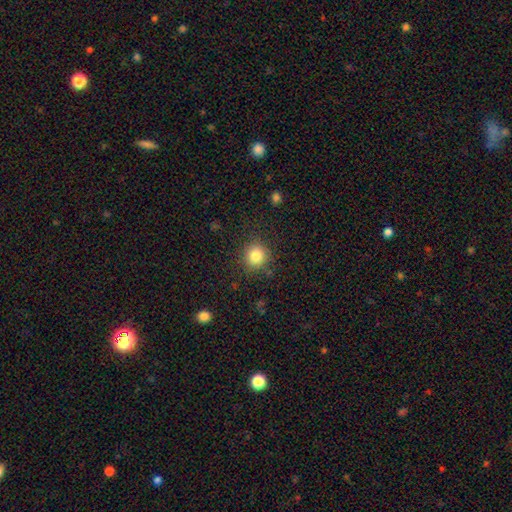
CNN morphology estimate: Smooth or featured?
  - smooth: 83% *
  - star or artifact: 11%
  - featured or disk: 6%
How rounded?
  - round: 91% *
  - in between: 9%
  - cigar-shaped: 1%
Merging?
  - none: 87% *
  - minor disturbance: 8%
  - major disturbance: 3%
  - merger: 1%